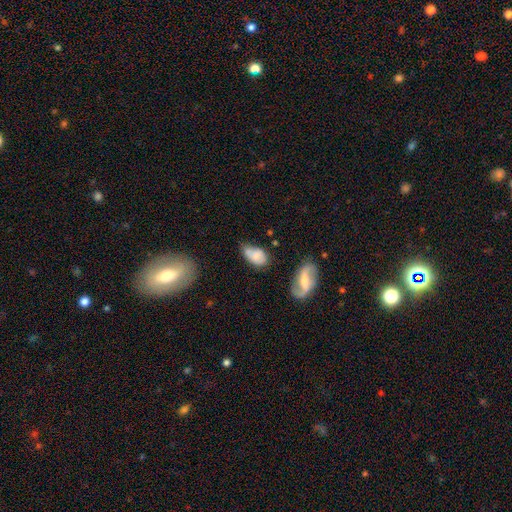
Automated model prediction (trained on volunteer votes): This appears to be a smooth galaxy with no disk features (64%) that is in between round and cigar-shaped (90%). Merging: none (41%).